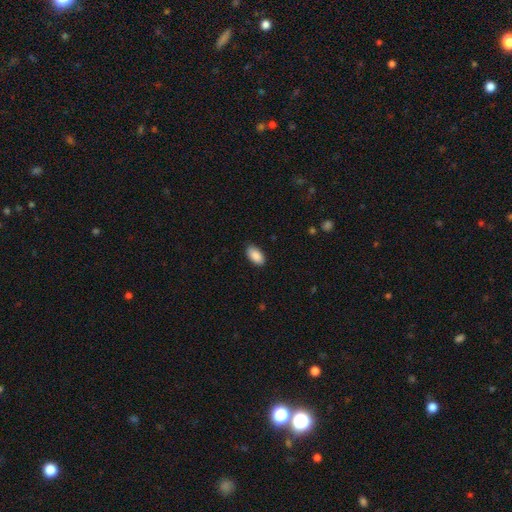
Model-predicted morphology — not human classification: Smooth or featured: smooth — 90% (star or artifact — 6%)
How rounded: in between — 95% (round — 3%)
Merging: none — 87% (minor disturbance — 10%)